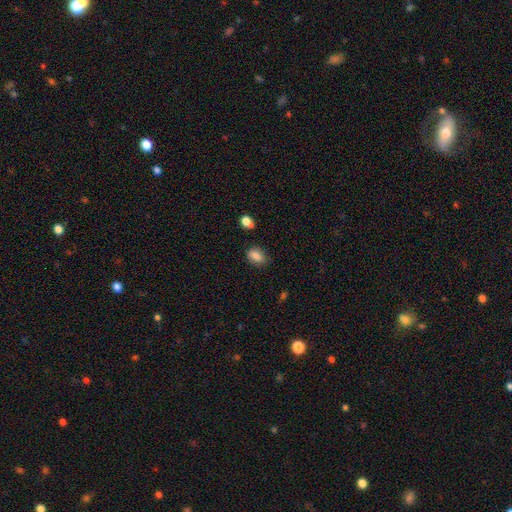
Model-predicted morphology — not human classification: Smooth or featured: smooth — 84% (star or artifact — 9%)
How rounded: in between — 80% (round — 18%)
Merging: none — 76% (minor disturbance — 17%)